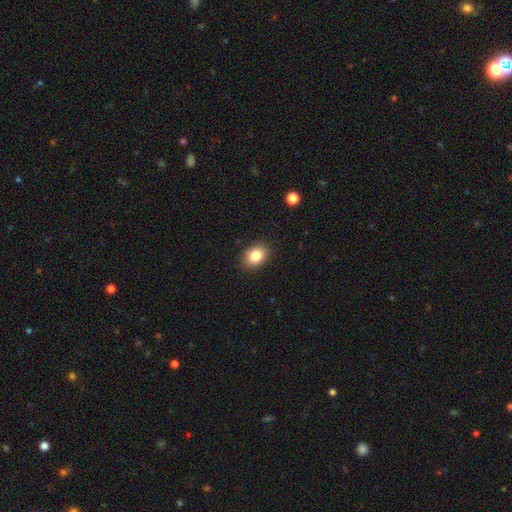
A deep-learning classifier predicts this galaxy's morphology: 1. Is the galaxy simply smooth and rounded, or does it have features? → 84% smooth, 9% star or artifact, 7% featured or disk.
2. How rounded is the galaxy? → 67% in between, 32% round, 1% cigar-shaped.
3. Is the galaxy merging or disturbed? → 88% none, 9% minor disturbance, 2% major disturbance, 1% merger.